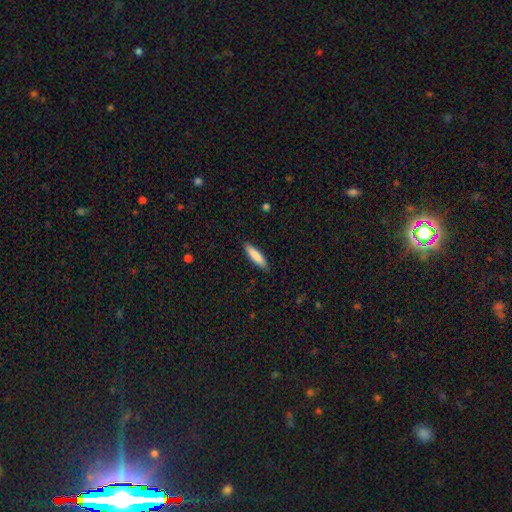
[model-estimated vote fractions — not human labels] Smooth or featured? smooth (84%)
How rounded? cigar-shaped (74%)
Merging? none (88%)